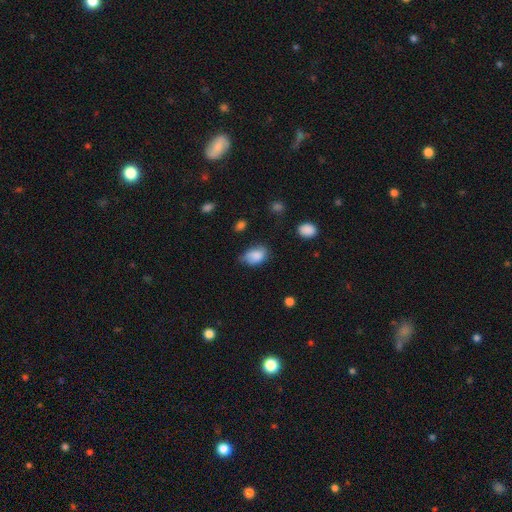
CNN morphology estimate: smooth-or-featured: smooth: 82% | featured or disk: 9% | star or artifact: 8%
  how-rounded: in between: 84% | round: 15% | cigar-shaped: 1%
  merging: none: 50% | minor disturbance: 37% | major disturbance: 10% | merger: 2%